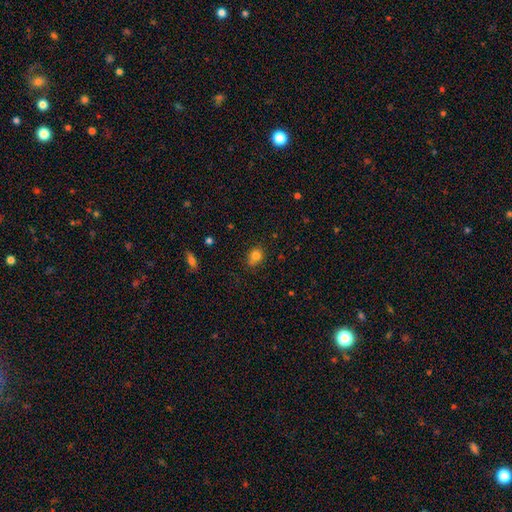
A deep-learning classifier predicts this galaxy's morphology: This is clearly a smooth galaxy (80%). How rounded: possibly round (54%). Merging: likely none (67%).